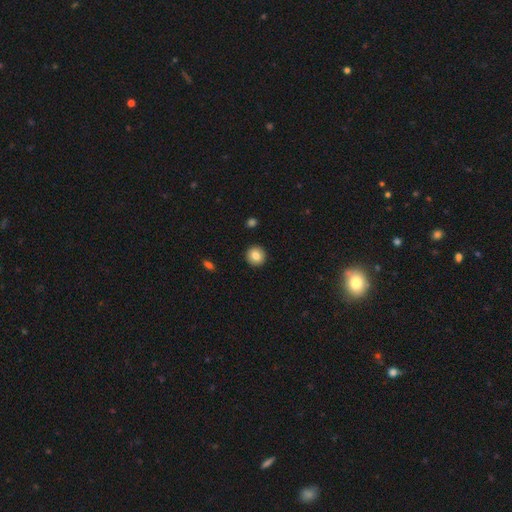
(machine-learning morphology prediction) Smooth or featured: smooth — 84% (featured or disk — 8%)
How rounded: round — 92% (in between — 7%)
Merging: none — 92% (minor disturbance — 5%)